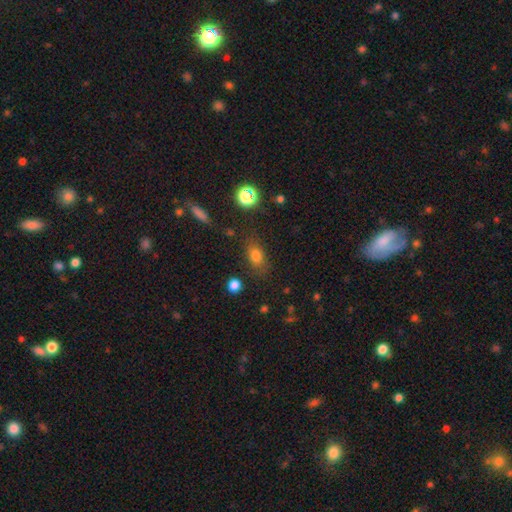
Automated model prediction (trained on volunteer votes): Smooth or featured? smooth (75%)
How rounded? in between (72%)
Merging? none (78%)